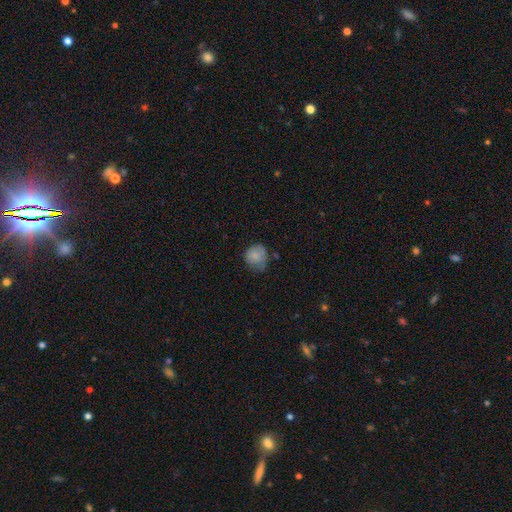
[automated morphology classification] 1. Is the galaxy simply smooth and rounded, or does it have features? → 81% smooth, 11% featured or disk, 9% star or artifact.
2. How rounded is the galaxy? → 80% round, 19% in between, 1% cigar-shaped.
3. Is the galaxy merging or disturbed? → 53% none, 35% minor disturbance, 9% major disturbance, 3% merger.